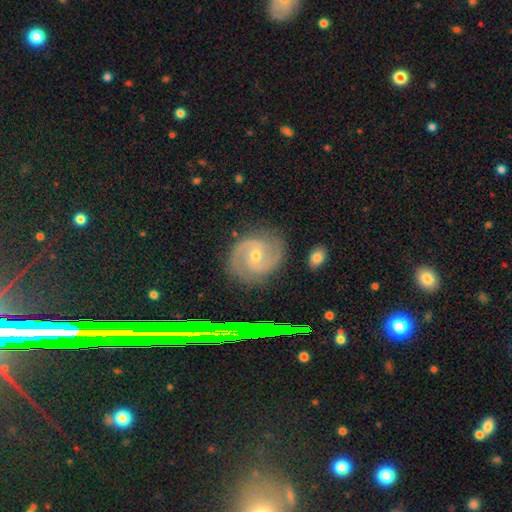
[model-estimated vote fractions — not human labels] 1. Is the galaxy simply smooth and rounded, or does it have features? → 83% featured or disk, 9% smooth, 8% star or artifact.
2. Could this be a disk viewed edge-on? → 97% no, 3% yes.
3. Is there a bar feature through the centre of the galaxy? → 45% weak, 37% no, 18% strong.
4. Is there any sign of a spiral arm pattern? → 96% yes, 4% no.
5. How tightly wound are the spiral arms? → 49% medium, 38% tight, 13% loose.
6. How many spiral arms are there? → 86% 2, 6% can't tell, 4% 3, 2% 1, 1% 4, 1% more than 4.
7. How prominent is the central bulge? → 57% small, 40% moderate, 1% large, 1% none, 1% dominant.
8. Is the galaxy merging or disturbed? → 82% none, 13% minor disturbance, 4% major disturbance, 2% merger.